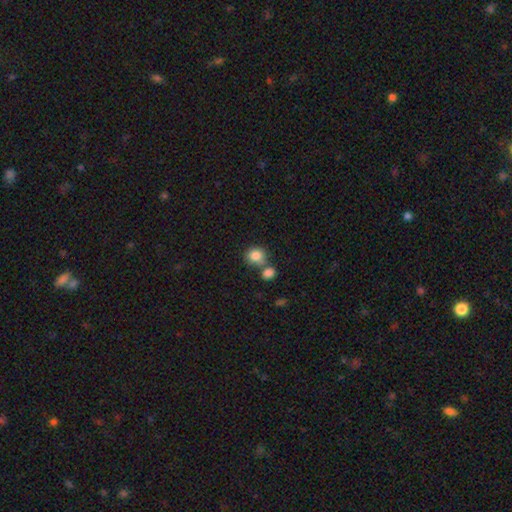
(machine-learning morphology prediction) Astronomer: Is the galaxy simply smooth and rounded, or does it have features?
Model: smooth — 84%.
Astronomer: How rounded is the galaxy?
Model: round — 79%.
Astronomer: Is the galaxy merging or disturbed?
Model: none — 54% (runner-up: merger, 32%).